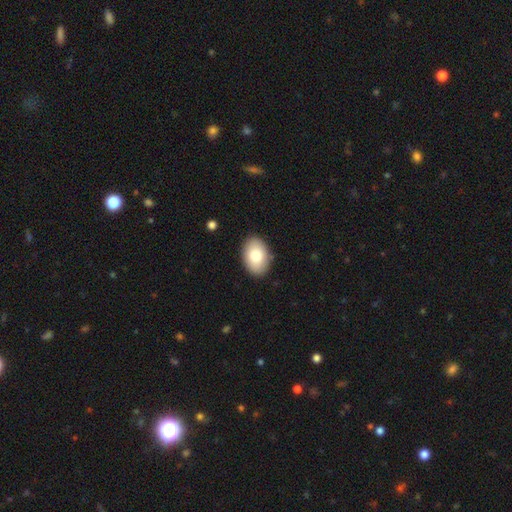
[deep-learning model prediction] Q: Smooth or featured?
A: smooth (82%); runner-up: featured or disk (12%)
Q: How rounded?
A: in between (89%); runner-up: round (10%)
Q: Merging?
A: none (88%); runner-up: minor disturbance (9%)